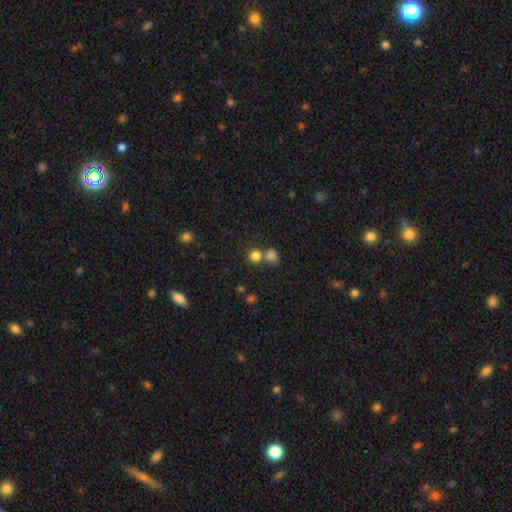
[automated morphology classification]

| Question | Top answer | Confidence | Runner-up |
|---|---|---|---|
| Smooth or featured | smooth | 80% | star or artifact (14%) |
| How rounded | round | 86% | in between (13%) |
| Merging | none | 57% | merger (31%) |